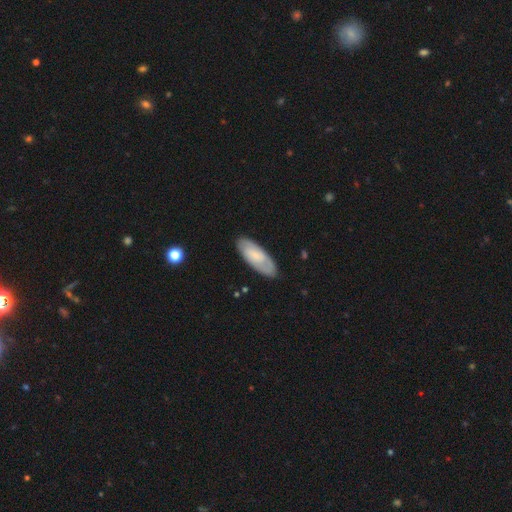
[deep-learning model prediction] smooth_or_featured: smooth (p=0.60) [alt: featured or disk p=0.34]
how_rounded: in between (p=0.76) [alt: cigar-shaped p=0.22]
merging: none (p=0.83) [alt: minor disturbance p=0.13]